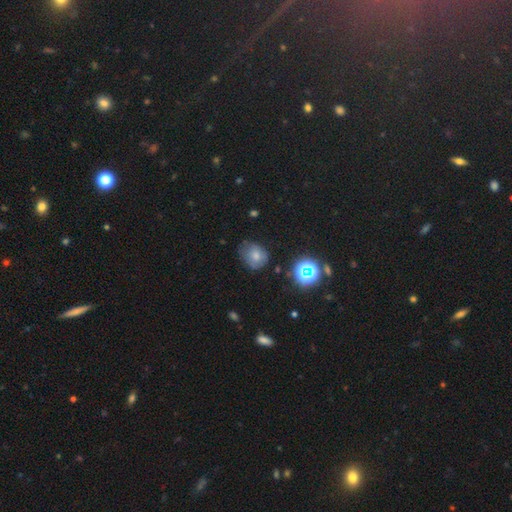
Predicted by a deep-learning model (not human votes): This is likely a smooth galaxy (68%). How rounded: likely round (64%). Merging: possibly none (57%).